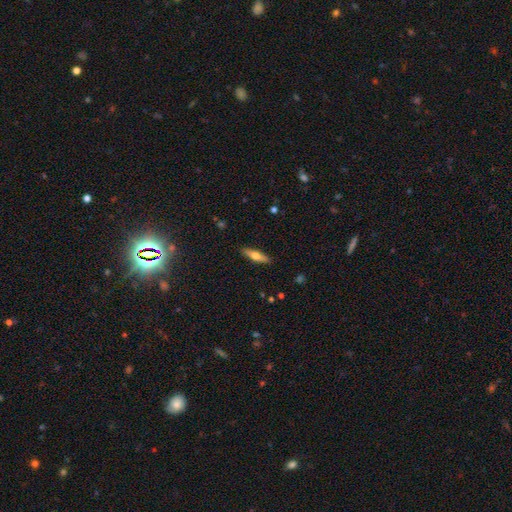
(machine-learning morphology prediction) smooth_or_featured: smooth (p=0.51) [alt: featured or disk p=0.43]
how_rounded: cigar-shaped (p=0.71) [alt: in between p=0.26]
merging: none (p=0.90) [alt: minor disturbance p=0.07]